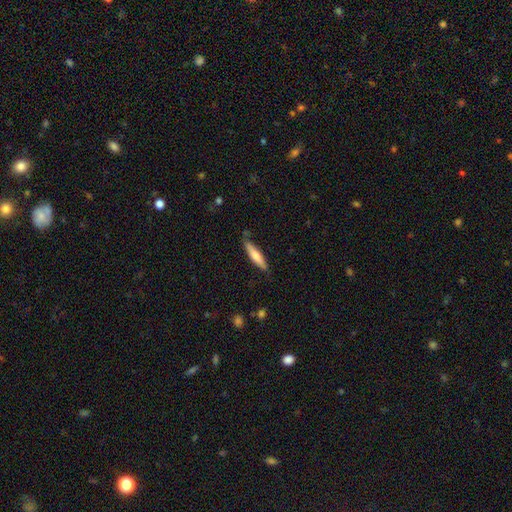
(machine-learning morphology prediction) smooth 63%, featured or disk 32%, star or artifact 5%. Down the decision tree: how rounded — cigar-shaped (83%); merging — none (81%).